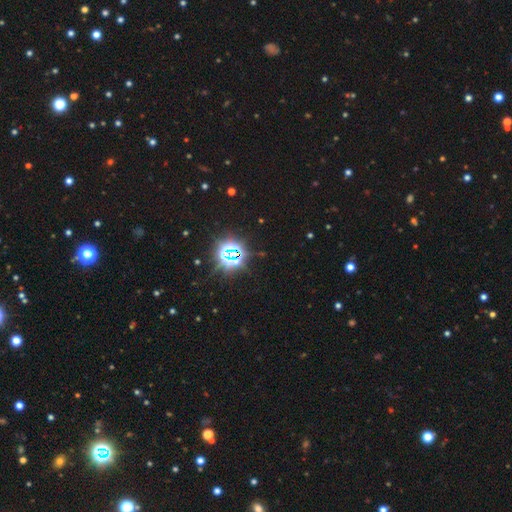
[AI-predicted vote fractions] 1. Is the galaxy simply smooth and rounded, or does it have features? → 83% star or artifact, 11% smooth, 6% featured or disk.